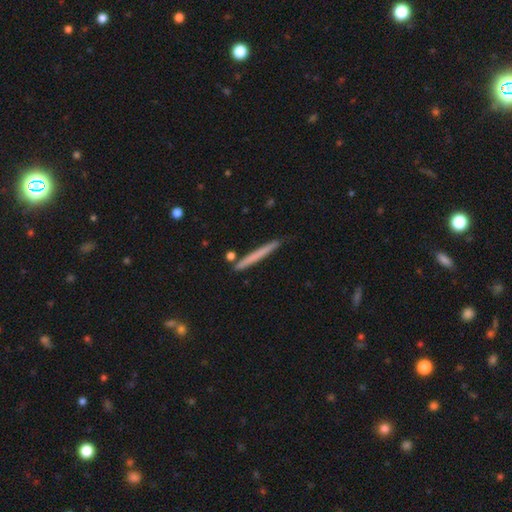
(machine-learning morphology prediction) The model was most divided on "smooth or featured": smooth: 61%, featured or disk: 33%, star or artifact: 6%. More confident: how rounded — cigar-shaped (97%); merging — none (87%).